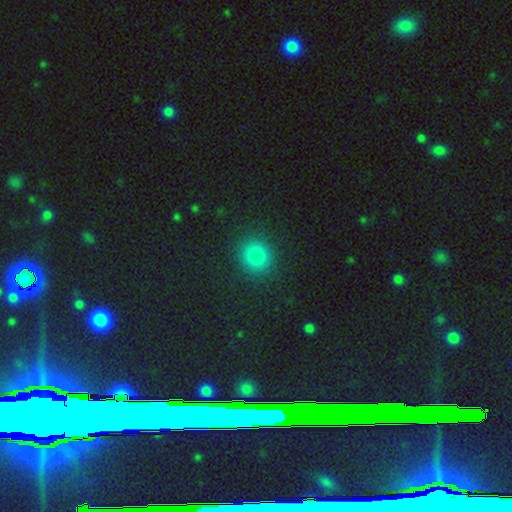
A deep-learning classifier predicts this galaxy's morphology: Overall: smooth (79%). How rounded: round (84%). Merging: none (90%).